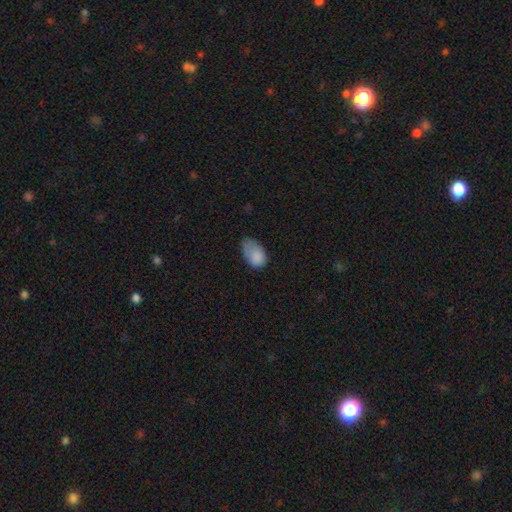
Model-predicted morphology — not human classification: A smooth galaxy with no disk features (83%) that is in between round and cigar-shaped (89%).

Vote fractions:
- Smooth or featured? smooth: 83% / featured or disk: 9% / star or artifact: 8%
- How rounded? in between: 89% / round: 10% / cigar-shaped: 1%
- Merging? minor disturbance: 41% / none: 37% / major disturbance: 19% / merger: 3%